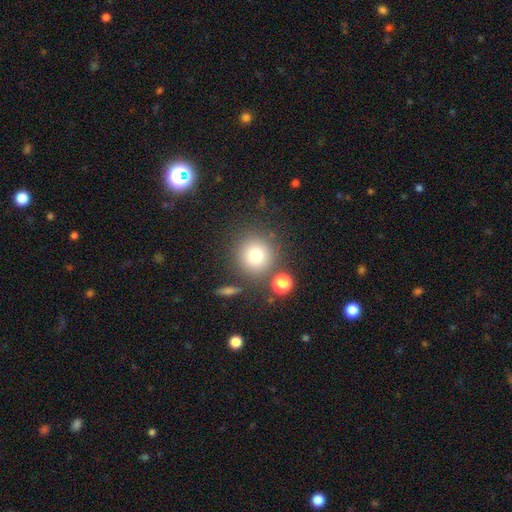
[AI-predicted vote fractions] A smooth galaxy with no disk features (77%) that is round (93%). Merging: none (78%).